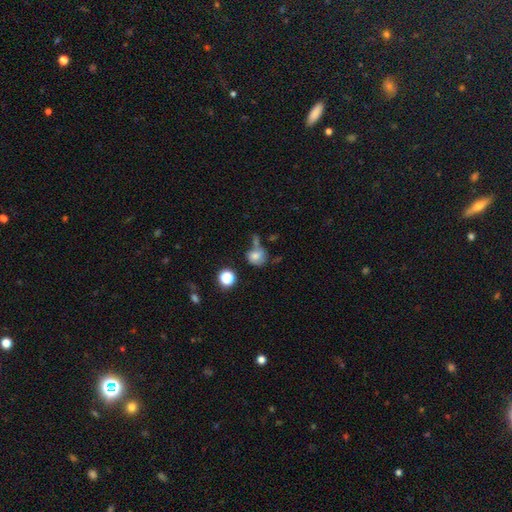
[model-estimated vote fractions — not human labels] smooth 70%, featured or disk 17%, star or artifact 13%. Down the decision tree: how rounded — round (68%); merging — none (38%).